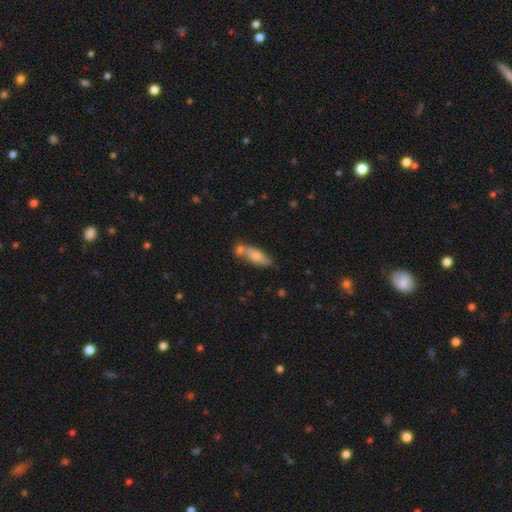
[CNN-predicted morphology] Q: Smooth or featured?
A: smooth (68%); runner-up: featured or disk (25%)
Q: How rounded?
A: in between (60%); runner-up: cigar-shaped (37%)
Q: Merging?
A: none (50%); runner-up: merger (29%)